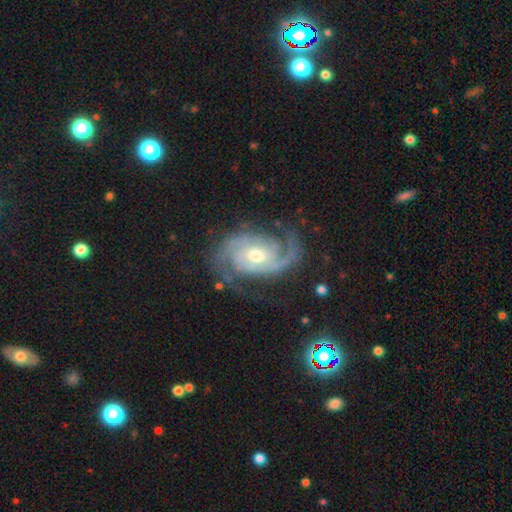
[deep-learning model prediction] smooth-or-featured: featured or disk: 92% | star or artifact: 5% | smooth: 4%
  disk-edge-on: no: 97% | yes: 3%
    bar: no: 59% | weak: 32% | strong: 10%
    has-spiral-arms: yes: 98% | no: 2%
      spiral-winding: tight: 46% | medium: 43% | loose: 11%
      spiral-arm-count: 2: 69% | 3: 14% | can't tell: 7% | 1: 4% | 4: 3% | more than 4: 3%
    bulge-size: moderate: 69% | small: 24% | large: 5% | none: 1% | dominant: 1%
  merging: none: 73% | minor disturbance: 18% | major disturbance: 8% | merger: 1%